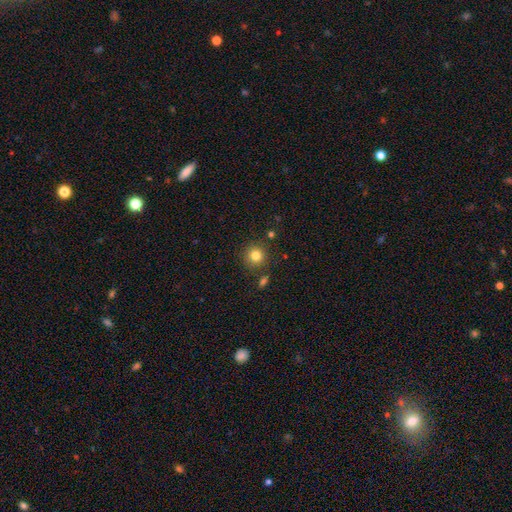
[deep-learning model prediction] Smooth or featured: smooth — 82% (star or artifact — 12%)
How rounded: round — 92% (in between — 7%)
Merging: none — 85% (minor disturbance — 8%)